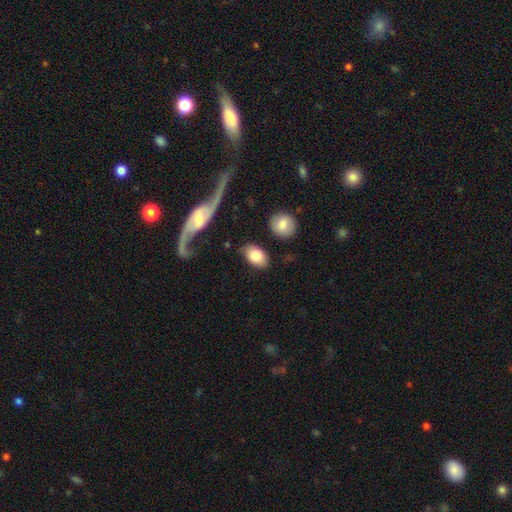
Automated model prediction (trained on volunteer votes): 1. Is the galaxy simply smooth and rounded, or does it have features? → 79% smooth, 15% featured or disk, 6% star or artifact.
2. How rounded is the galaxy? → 91% in between, 8% round, 2% cigar-shaped.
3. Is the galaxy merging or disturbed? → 75% none, 14% minor disturbance, 5% major disturbance, 5% merger.